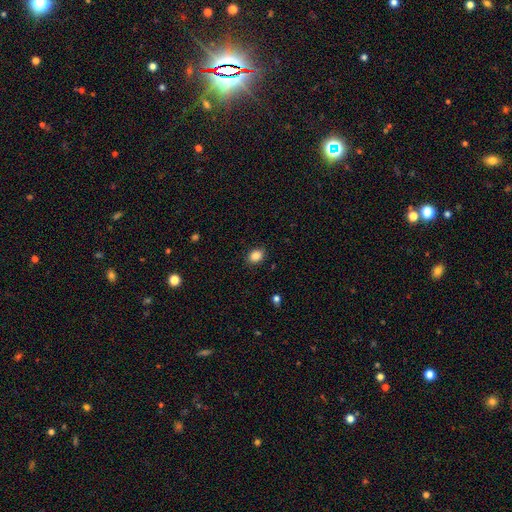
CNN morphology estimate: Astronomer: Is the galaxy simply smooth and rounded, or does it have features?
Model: smooth — 87%.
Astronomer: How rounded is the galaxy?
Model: in between — 64%.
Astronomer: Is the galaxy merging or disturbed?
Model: none — 88%.